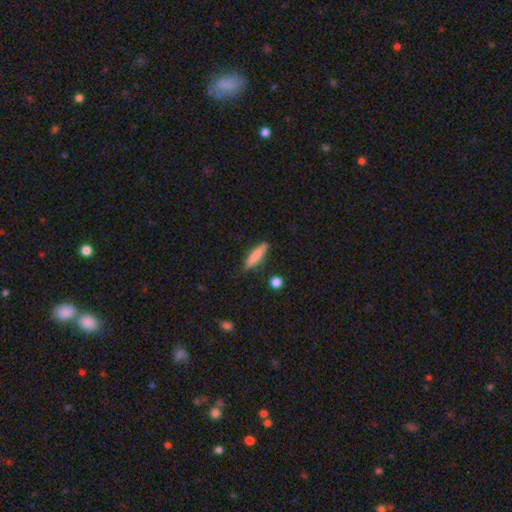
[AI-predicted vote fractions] smooth 80%, featured or disk 14%, star or artifact 7%. Down the decision tree: how rounded — cigar-shaped (75%); merging — none (78%).